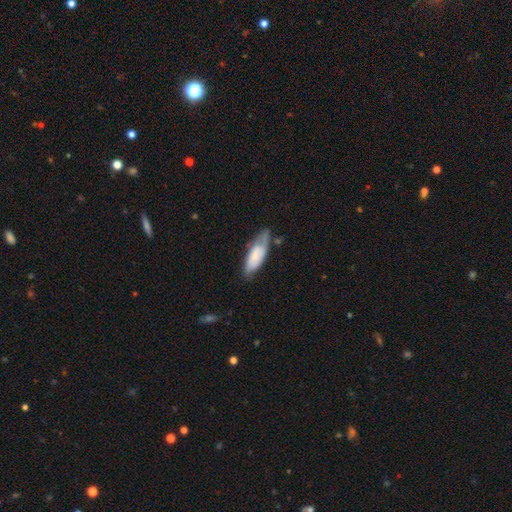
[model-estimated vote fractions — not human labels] This appears to be a smooth galaxy with no disk features (62%) that is in between round and cigar-shaped (69%). Merging: none (48%).